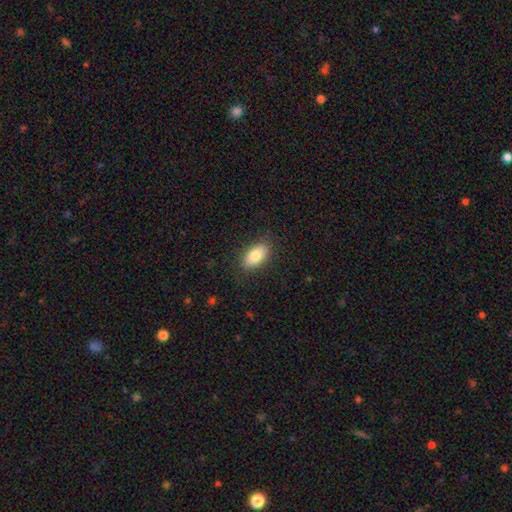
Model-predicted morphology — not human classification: A smooth galaxy with no disk features (82%) that is in between round and cigar-shaped (91%). Merging: none (86%).